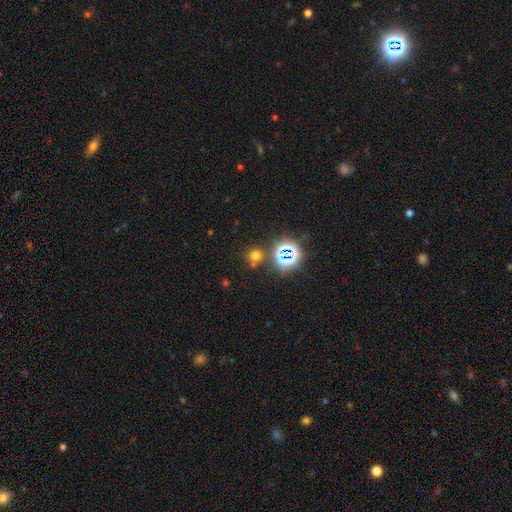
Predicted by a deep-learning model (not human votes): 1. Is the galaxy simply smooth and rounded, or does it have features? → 59% smooth, 34% star or artifact, 6% featured or disk.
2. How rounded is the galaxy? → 90% round, 9% in between, 1% cigar-shaped.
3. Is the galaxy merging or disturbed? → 76% none, 12% merger, 8% minor disturbance, 4% major disturbance.